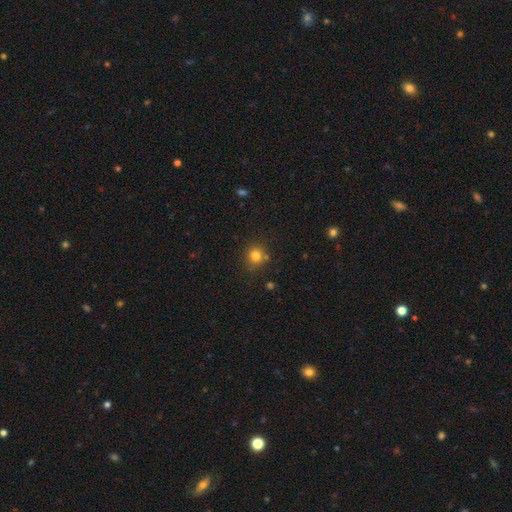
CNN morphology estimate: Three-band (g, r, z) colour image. It shows a smooth galaxy with no disk features (80%) that is round (88%). Merging: none (78%).